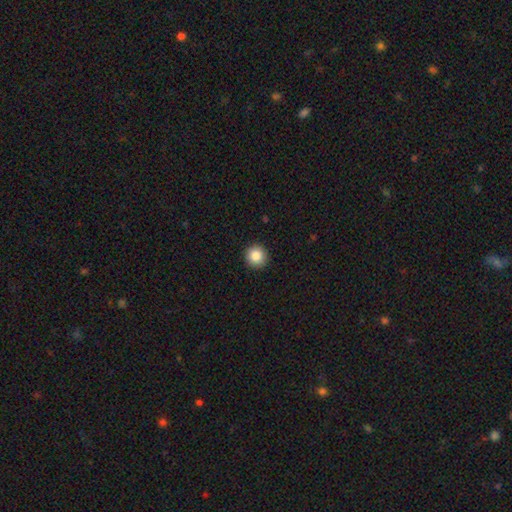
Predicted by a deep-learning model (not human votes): The model was most divided on "smooth or featured": smooth: 86%, star or artifact: 9%, featured or disk: 5%. More confident: how rounded — round (95%); merging — none (93%).